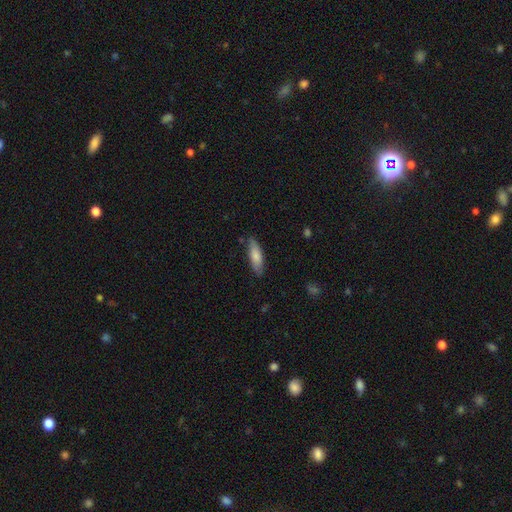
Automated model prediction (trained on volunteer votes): smooth 78%, featured or disk 17%, star or artifact 6%. Down the decision tree: how rounded — cigar-shaped (50%); merging — none (80%).